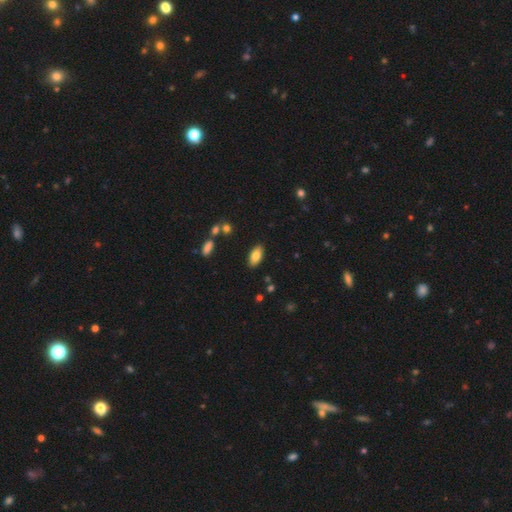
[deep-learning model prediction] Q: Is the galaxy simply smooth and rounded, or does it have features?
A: smooth — 82%.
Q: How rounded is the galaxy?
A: in between — 91%.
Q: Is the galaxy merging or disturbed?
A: none — 87%.